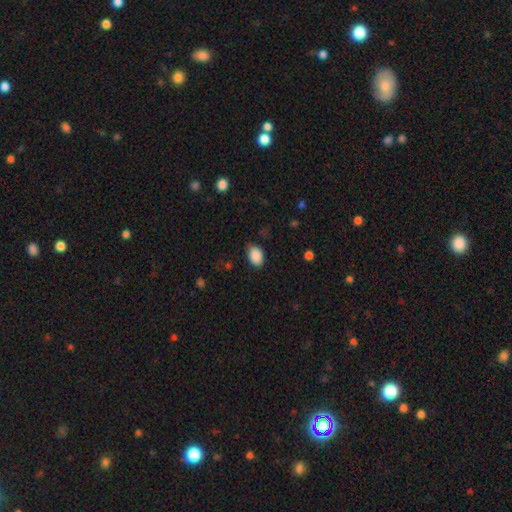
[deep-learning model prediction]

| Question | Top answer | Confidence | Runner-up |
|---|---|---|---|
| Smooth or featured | smooth | 89% | star or artifact (8%) |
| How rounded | in between | 84% | round (15%) |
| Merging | none | 77% | minor disturbance (18%) |